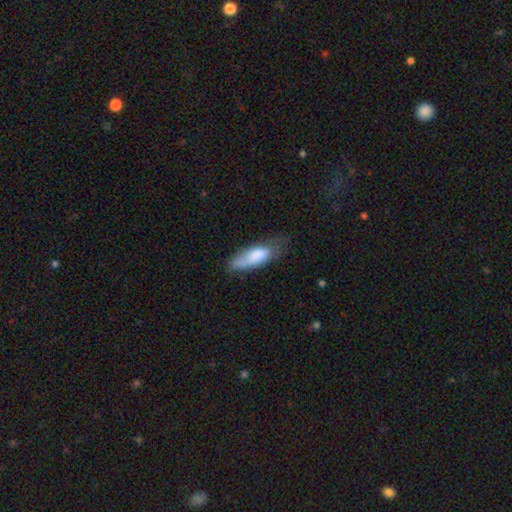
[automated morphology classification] A smooth galaxy with no disk features (77%) that is in between round and cigar-shaped (65%). Merging: none (45%).